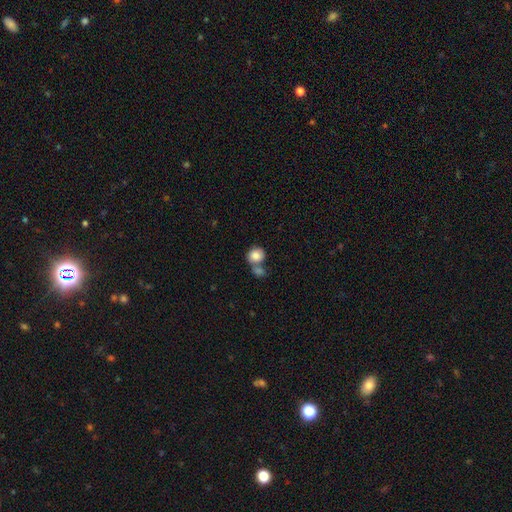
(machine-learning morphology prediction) This appears to be a smooth galaxy with no disk features (82%) that is round (73%). Merging: merger (48%).